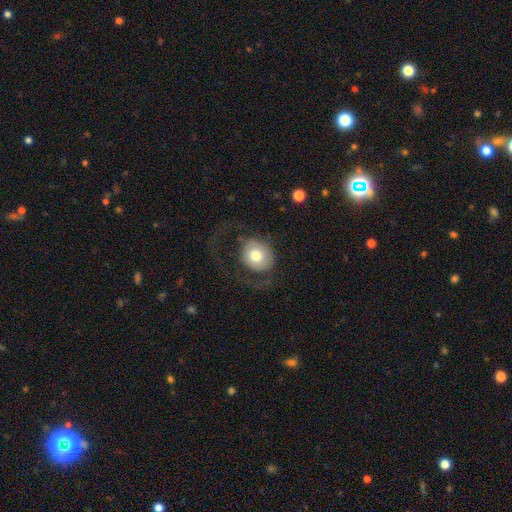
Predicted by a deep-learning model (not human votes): The model was most divided on "merging": none: 45%, major disturbance: 38%, minor disturbance: 15%, merger: 2%. More confident: how rounded — round (79%); smooth or featured — smooth (66%).